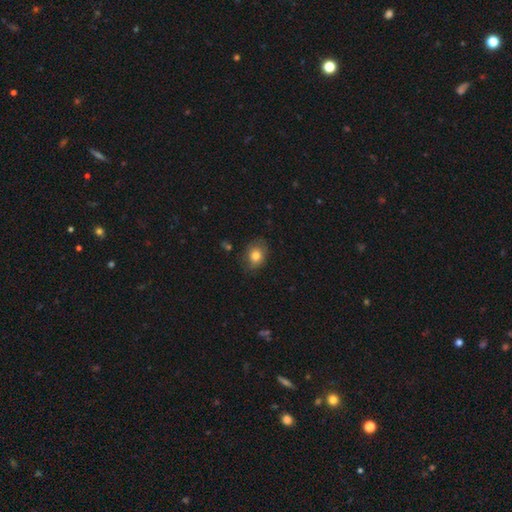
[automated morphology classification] smooth-or-featured: smooth: 80% | featured or disk: 11% | star or artifact: 9%
  how-rounded: in between: 50% | round: 49% | cigar-shaped: 1%
  merging: none: 73% | minor disturbance: 21% | major disturbance: 5% | merger: 2%